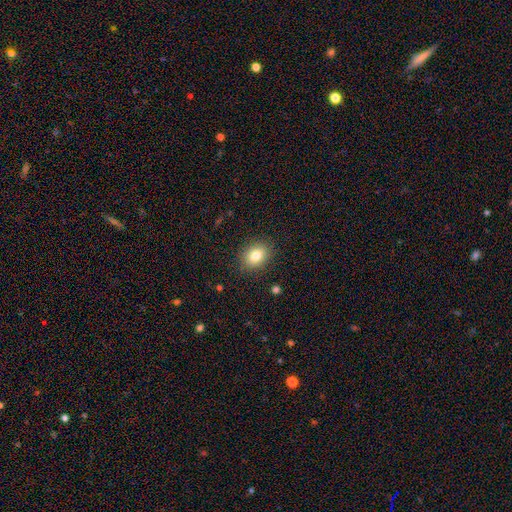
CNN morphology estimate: Smooth or featured? Predicted: smooth (p=0.81). How rounded? Predicted: in between (p=0.64). Merging? Predicted: none (p=0.86).